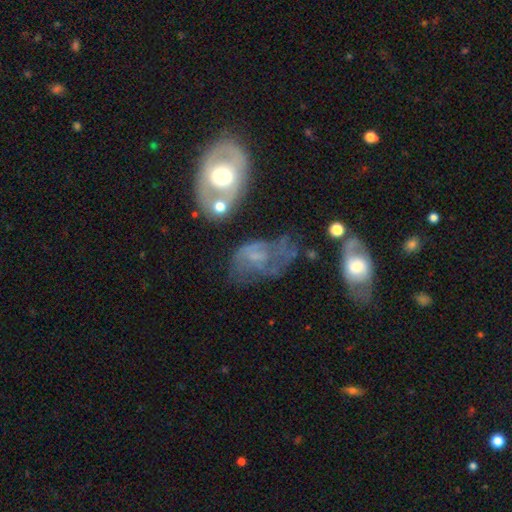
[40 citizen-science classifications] A featured or disk galaxy (70%) with no bar (76%), no spiral arms (64%) and no central bulge (40%).

Vote fractions:
- Smooth or featured? featured or disk: 70% / smooth: 20% / star or artifact: 10%
- Edge-on disk? no: 89% / yes: 11%
- Bar? no: 76% / strong: 12% / weak: 12%
- Spiral arms? no: 64% / yes: 36%
- Bulge size? none: 40% / moderate: 24% / small: 24% / large: 12% / dominant: 0%
- Merging? major disturbance: 39% / none: 22% / minor disturbance: 22% / merger: 17%